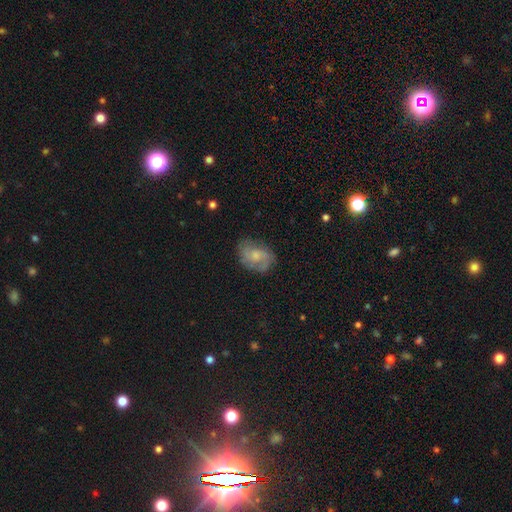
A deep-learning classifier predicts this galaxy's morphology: Smooth or featured? Predicted: featured or disk (p=0.52). Edge-on disk? Predicted: no (p=0.97). Bar? Predicted: no (p=0.72). Spiral arms? Predicted: yes (p=0.80). Bulge size? Predicted: moderate (p=0.43). Merging? Predicted: none (p=0.70).